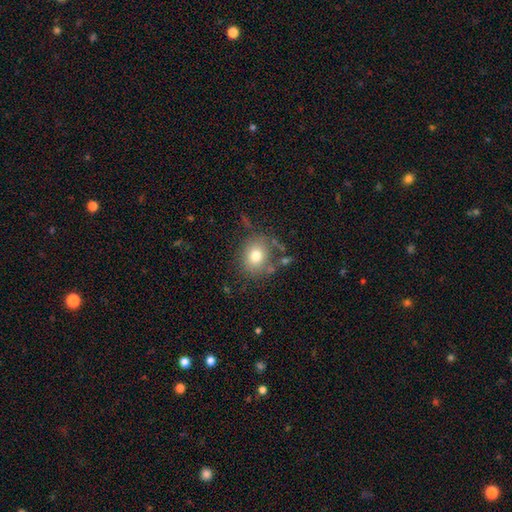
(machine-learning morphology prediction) Smooth or featured? smooth (76%)
How rounded? round (70%)
Merging? none (74%)